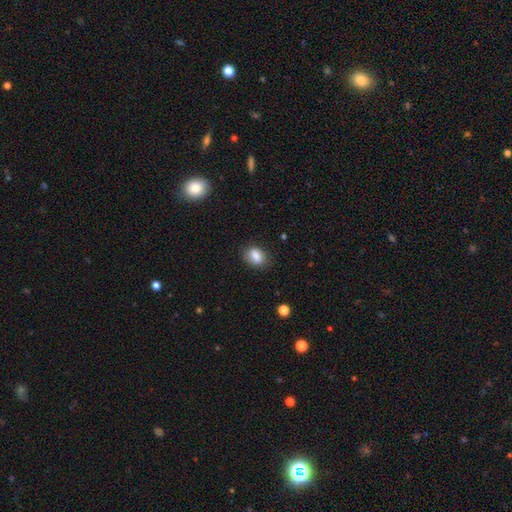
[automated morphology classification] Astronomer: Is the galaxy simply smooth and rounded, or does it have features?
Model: smooth — 82%.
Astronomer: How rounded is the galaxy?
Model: in between — 73%.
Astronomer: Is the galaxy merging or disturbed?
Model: none — 76%.